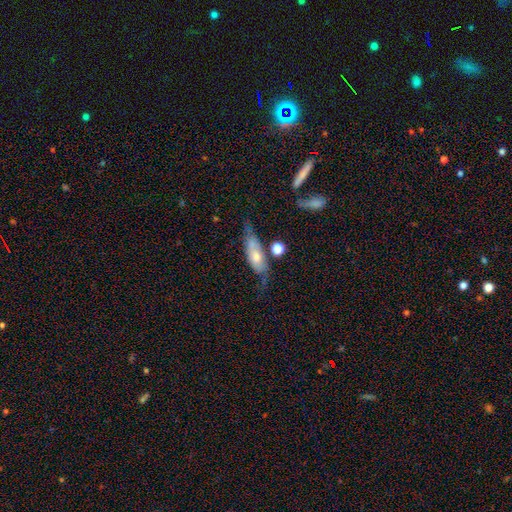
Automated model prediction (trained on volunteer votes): Smooth or featured?
  - smooth: 48% *
  - featured or disk: 45%
  - star or artifact: 7%
Merging?
  - none: 48% *
  - minor disturbance: 27%
  - major disturbance: 15%
  - merger: 10%